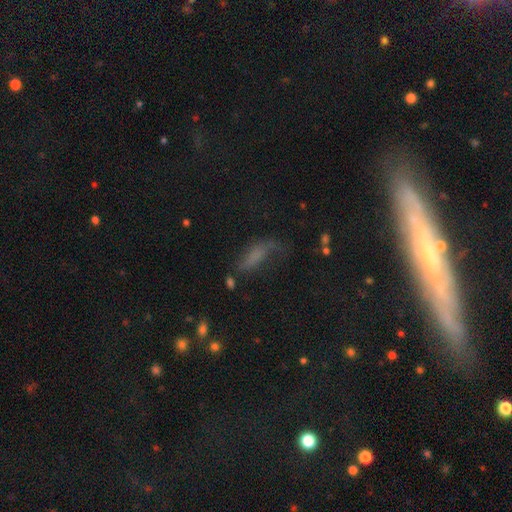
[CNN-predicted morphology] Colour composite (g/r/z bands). It shows a smooth galaxy with no disk features (51%) that is in between round and cigar-shaped (62%). Merging: none (41%).